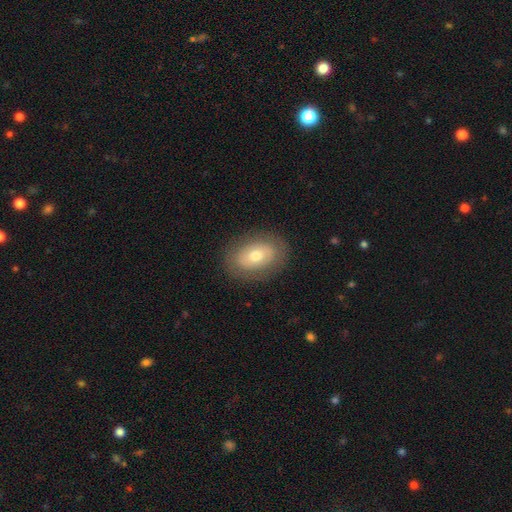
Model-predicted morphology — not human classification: smooth_or_featured: smooth (p=0.57) [alt: featured or disk p=0.35]
how_rounded: in between (p=0.79) [alt: round p=0.20]
merging: none (p=0.85) [alt: minor disturbance p=0.10]